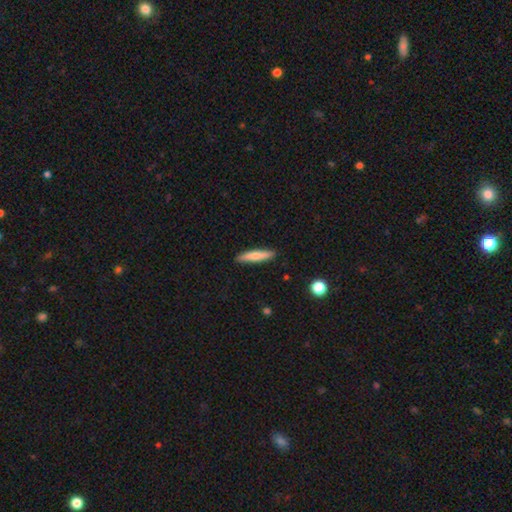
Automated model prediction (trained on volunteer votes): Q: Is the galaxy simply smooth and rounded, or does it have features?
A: smooth — 71%.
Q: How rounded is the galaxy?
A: cigar-shaped — 88%.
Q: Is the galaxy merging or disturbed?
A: none — 89%.